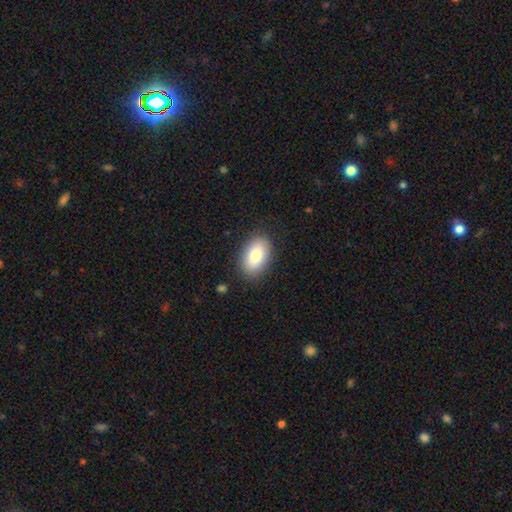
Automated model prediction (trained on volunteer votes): Smooth or featured?
  - smooth: 82% *
  - featured or disk: 11%
  - star or artifact: 7%
How rounded?
  - in between: 90% *
  - round: 9%
  - cigar-shaped: 1%
Merging?
  - none: 86% *
  - minor disturbance: 10%
  - major disturbance: 3%
  - merger: 1%